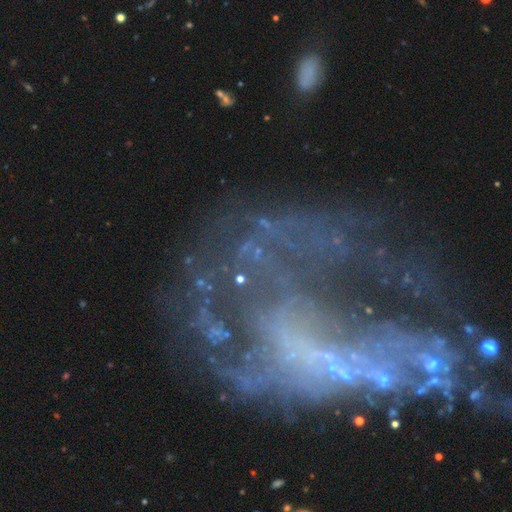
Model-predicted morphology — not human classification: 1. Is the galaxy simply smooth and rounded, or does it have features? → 64% featured or disk, 22% star or artifact, 14% smooth.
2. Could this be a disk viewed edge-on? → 93% no, 7% yes.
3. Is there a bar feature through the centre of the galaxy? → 61% no, 22% weak, 18% strong.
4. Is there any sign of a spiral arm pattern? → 51% no, 49% yes.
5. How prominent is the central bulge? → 57% none, 23% small, 13% moderate, 4% large, 3% dominant.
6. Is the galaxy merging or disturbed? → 40% none, 35% major disturbance, 15% minor disturbance, 10% merger.